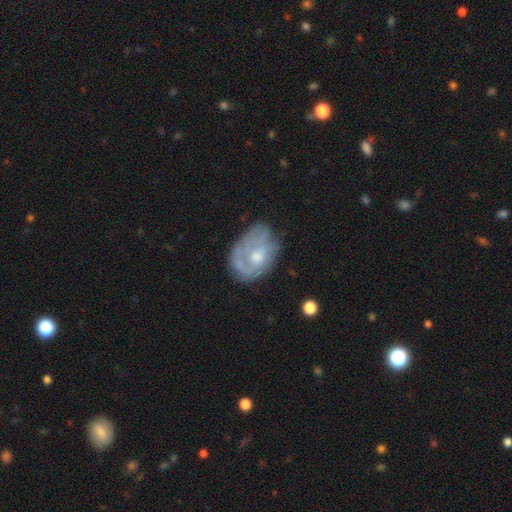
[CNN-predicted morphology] Overall: featured or disk (58%; smooth 35%). Edge-on disk: no (95%). Bar: no (77%). Spiral arms: no (51%; yes 49%). Bulge size: moderate (58%; small 27%). Merging: none (49%; minor disturbance 29%).